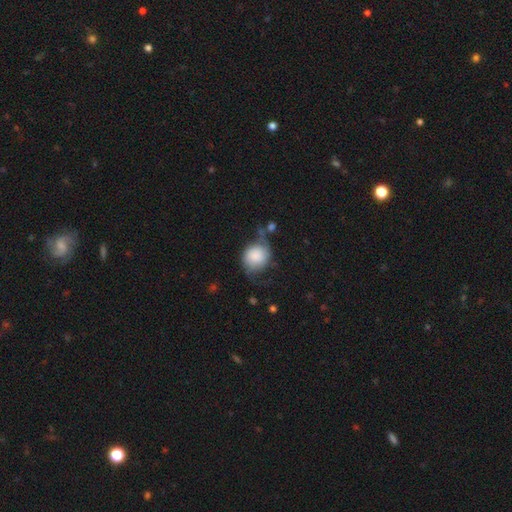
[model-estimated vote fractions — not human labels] Q: Smooth or featured?
A: smooth (63%); runner-up: featured or disk (29%)
Q: How rounded?
A: round (74%); runner-up: in between (25%)
Q: Merging?
A: none (44%); runner-up: minor disturbance (30%)